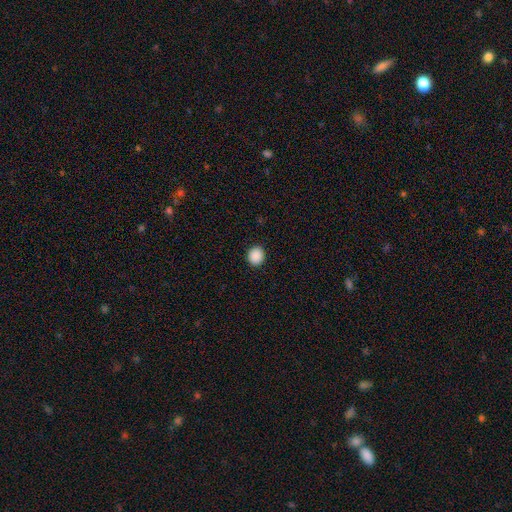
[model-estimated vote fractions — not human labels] This appears to be a smooth galaxy with no disk features (89%) that is round (77%). Merging: none (92%).